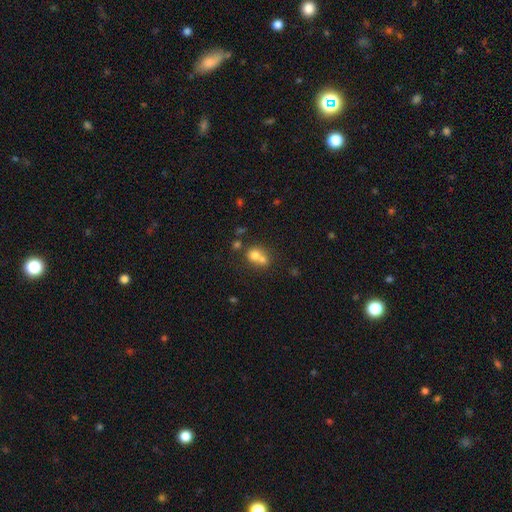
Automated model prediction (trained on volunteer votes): A smooth galaxy with no disk features (69%) that is round (74%).

Vote fractions:
- Smooth or featured? smooth: 69% / featured or disk: 19% / star or artifact: 13%
- How rounded? round: 74% / in between: 25% / cigar-shaped: 1%
- Merging? merger: 64% / none: 28% / minor disturbance: 6% / major disturbance: 3%